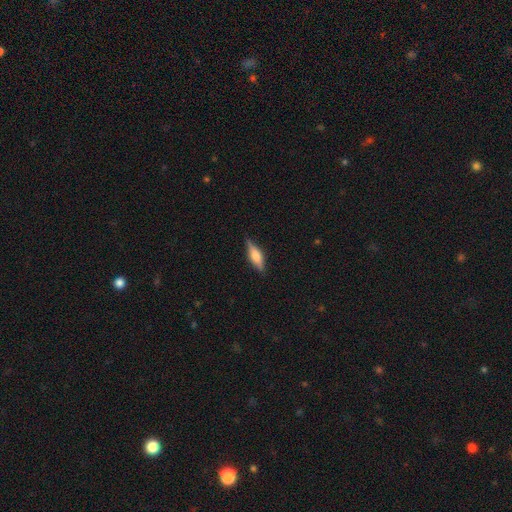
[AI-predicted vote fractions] Smooth or featured?
  - smooth: 50% *
  - featured or disk: 43%
  - star or artifact: 7%
How rounded?
  - cigar-shaped: 50% *
  - in between: 48%
  - round: 3%
Merging?
  - none: 84% *
  - minor disturbance: 13%
  - major disturbance: 3%
  - merger: 1%